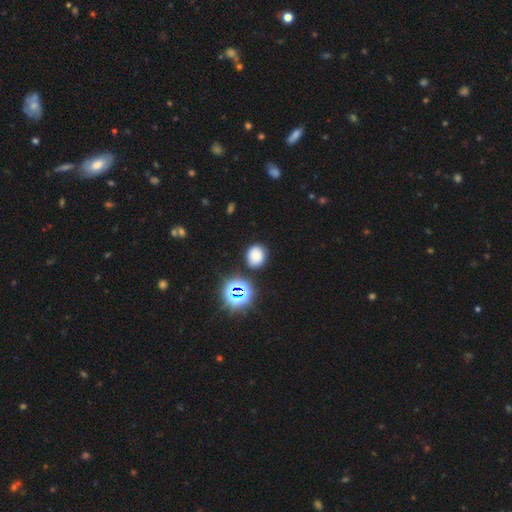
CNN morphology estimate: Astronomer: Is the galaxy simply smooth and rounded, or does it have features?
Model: smooth — 69%.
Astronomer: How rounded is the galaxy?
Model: round — 69%.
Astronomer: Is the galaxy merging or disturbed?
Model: none — 81%.